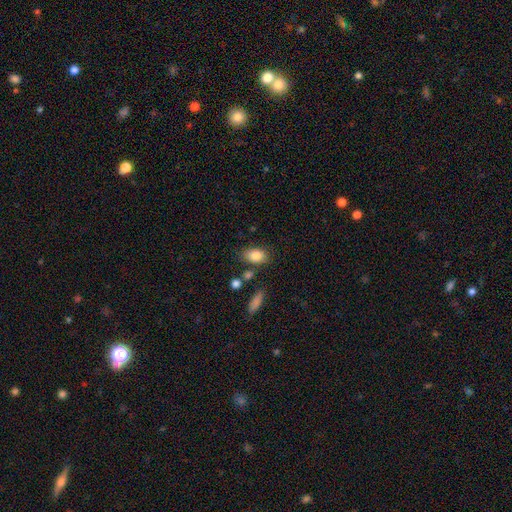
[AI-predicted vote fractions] Morphology: type=smooth (86%); roundness=in between (87%); merging=none (70%).